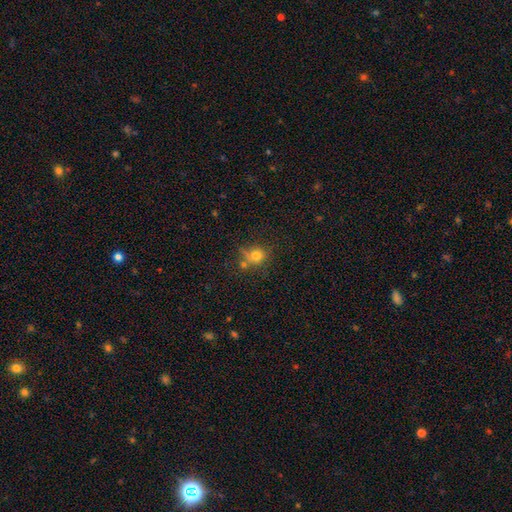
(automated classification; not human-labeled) Smooth or featured? Predicted: smooth (p=0.74). How rounded? Predicted: round (p=0.82). Merging? Predicted: none (p=0.58).